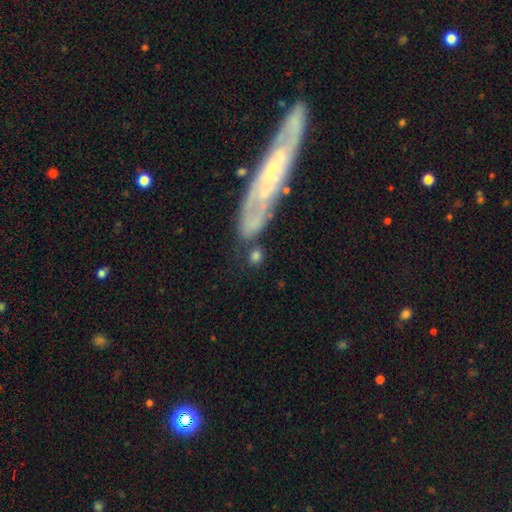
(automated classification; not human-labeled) smooth_or_featured: smooth (p=0.74) [alt: featured or disk p=0.15]
how_rounded: round (p=0.62) [alt: in between p=0.32]
merging: none (p=0.61) [alt: merger p=0.15]